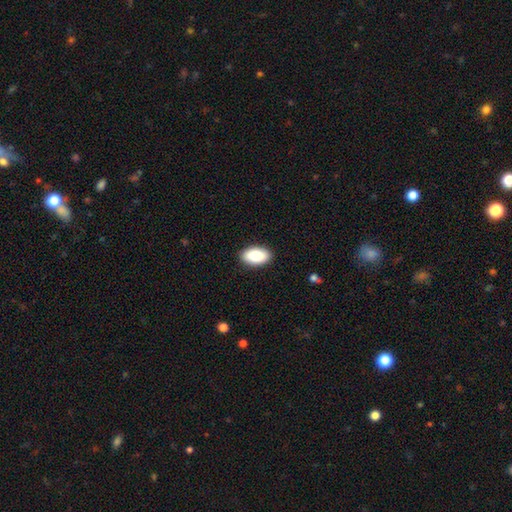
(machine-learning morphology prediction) This appears to be a smooth galaxy with no disk features (86%) that is in between round and cigar-shaped (94%). Merging: none (90%).